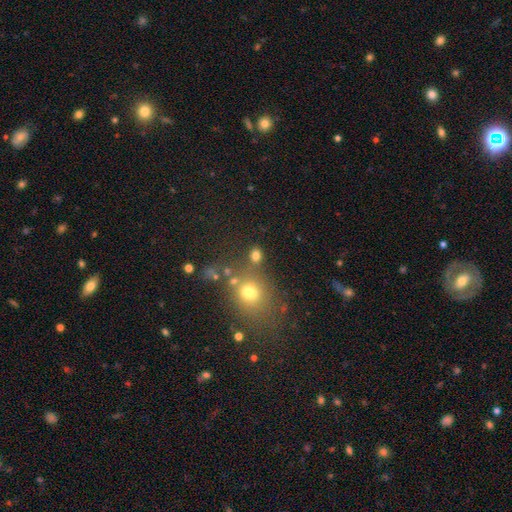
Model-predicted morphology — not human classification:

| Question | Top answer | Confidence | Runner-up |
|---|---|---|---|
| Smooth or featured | smooth | 74% | star or artifact (17%) |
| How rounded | round | 55% | in between (43%) |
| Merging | none | 65% | merger (17%) |